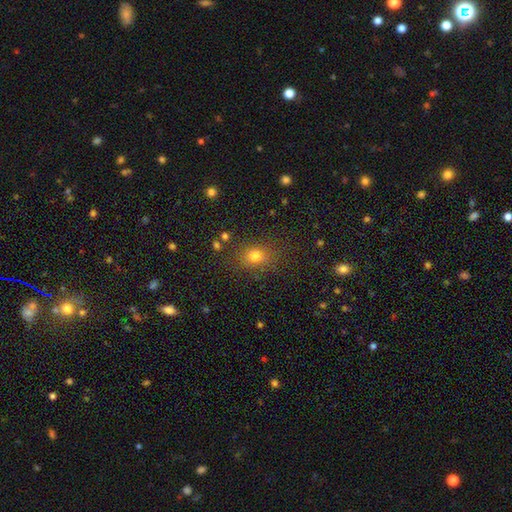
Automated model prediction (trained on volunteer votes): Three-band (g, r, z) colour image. It shows a smooth galaxy with no disk features (76%) that is round (56%). Merging: none (78%).